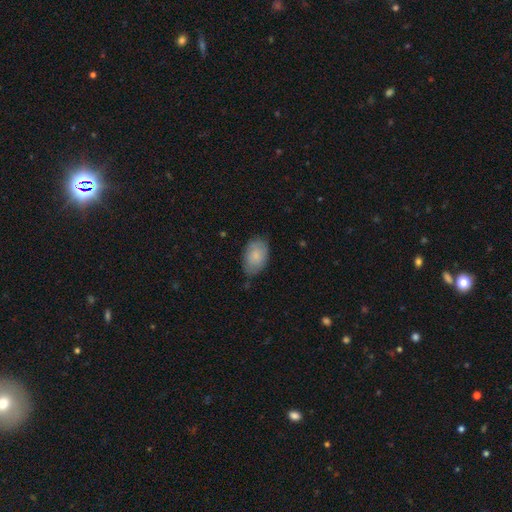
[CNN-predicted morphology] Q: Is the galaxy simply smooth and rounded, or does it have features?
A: smooth — 83%.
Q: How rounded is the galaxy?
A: in between — 91%.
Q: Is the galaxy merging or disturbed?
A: none — 70%.